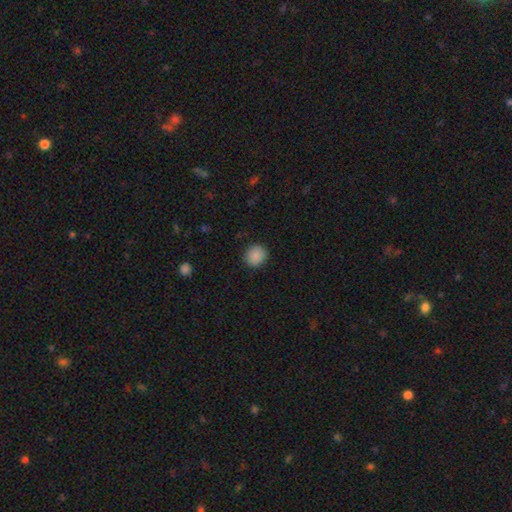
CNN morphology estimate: The model was most divided on "how rounded": round: 77%, in between: 22%, cigar-shaped: 1%. More confident: merging — none (89%); smooth or featured — smooth (88%).